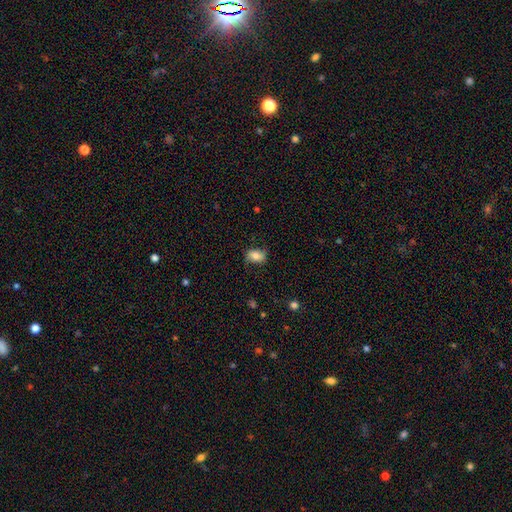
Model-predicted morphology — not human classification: A smooth galaxy with no disk features (72%) that is in between round and cigar-shaped (81%).

Vote fractions:
- Smooth or featured? smooth: 72% / featured or disk: 19% / star or artifact: 9%
- How rounded? in between: 81% / round: 18% / cigar-shaped: 2%
- Merging? none: 72% / minor disturbance: 21% / major disturbance: 6% / merger: 1%